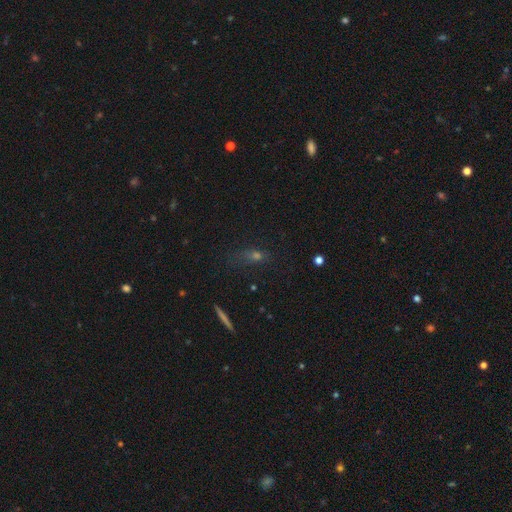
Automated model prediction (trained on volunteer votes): smooth-or-featured: smooth: 52% | star or artifact: 27% | featured or disk: 21%
  how-rounded: in between: 52% | cigar-shaped: 27% | round: 21%
  merging: none: 60% | minor disturbance: 22% | major disturbance: 15% | merger: 4%